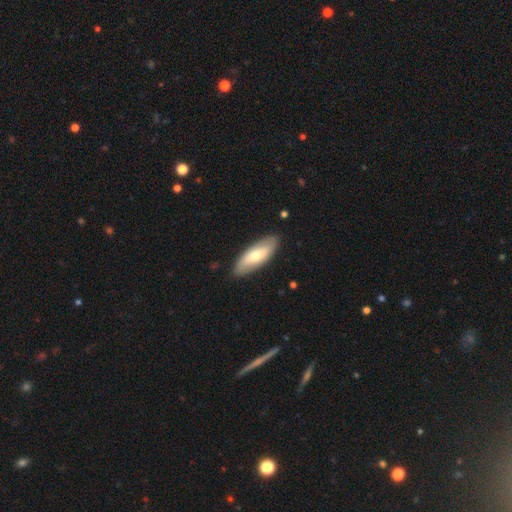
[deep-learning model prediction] Smooth or featured? smooth (63%)
How rounded? in between (71%)
Merging? none (86%)